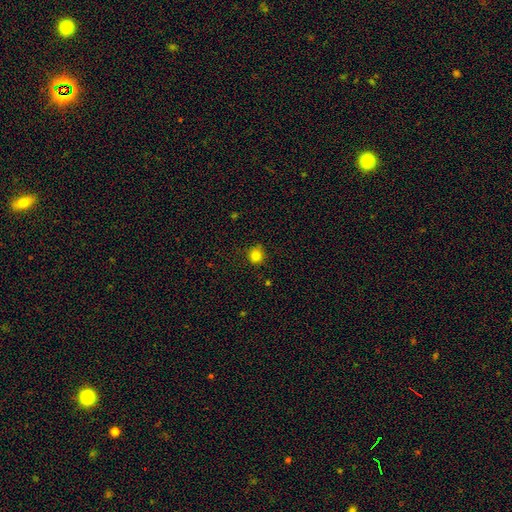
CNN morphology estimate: smooth 84%, star or artifact 12%, featured or disk 4%. Down the decision tree: how rounded — round (86%); merging — none (82%).